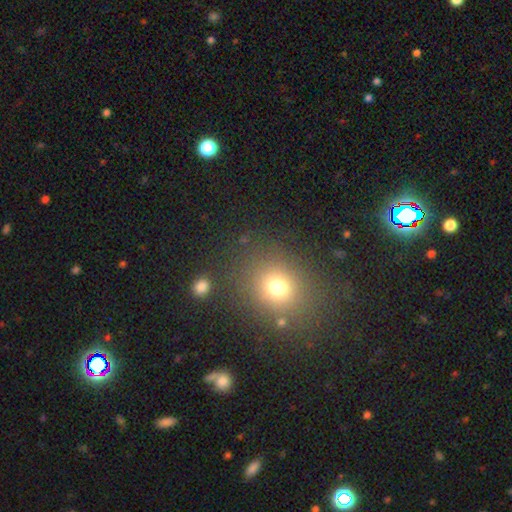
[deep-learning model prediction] Q: Smooth or featured?
A: smooth (57%); runner-up: star or artifact (35%)
Q: How rounded?
A: round (73%); runner-up: in between (26%)
Q: Merging?
A: none (87%); runner-up: minor disturbance (7%)